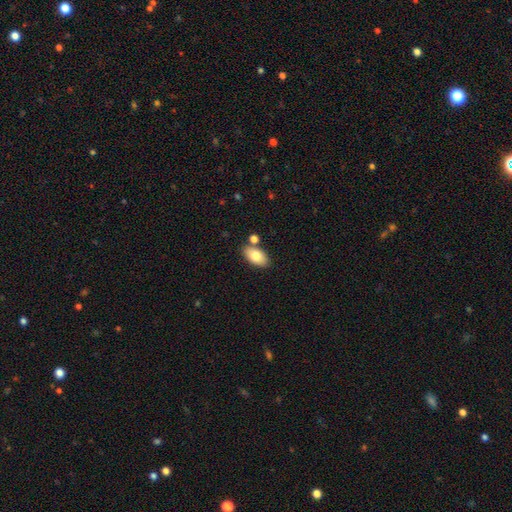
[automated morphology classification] A smooth galaxy with no disk features (79%) that is in between round and cigar-shaped (93%). Merging: none (76%).